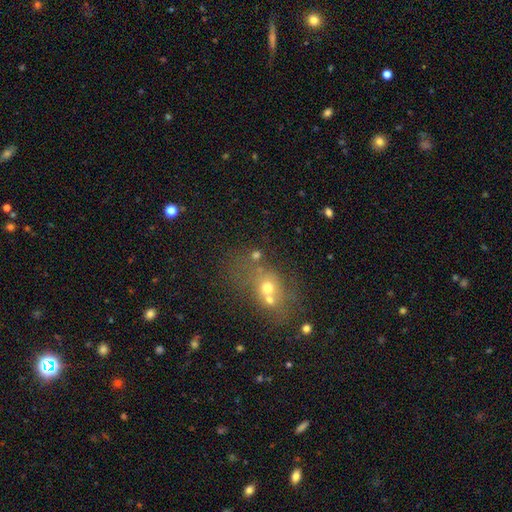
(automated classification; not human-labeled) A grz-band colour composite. It shows a smooth galaxy with no disk features (53%) that is round (56%). Merging: merger (43%).